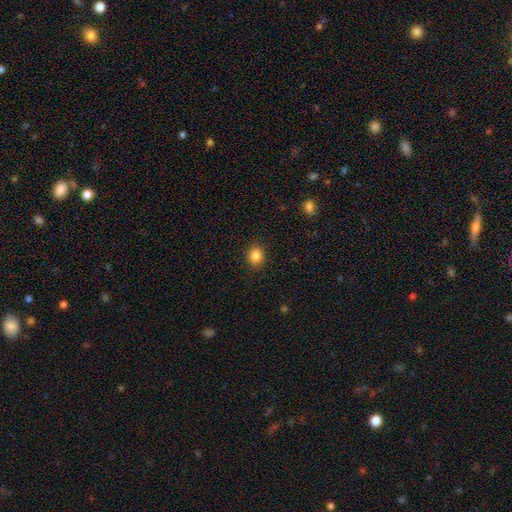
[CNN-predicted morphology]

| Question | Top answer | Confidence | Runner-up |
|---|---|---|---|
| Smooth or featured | smooth | 85% | star or artifact (10%) |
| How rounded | round | 70% | in between (29%) |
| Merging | none | 90% | minor disturbance (7%) |